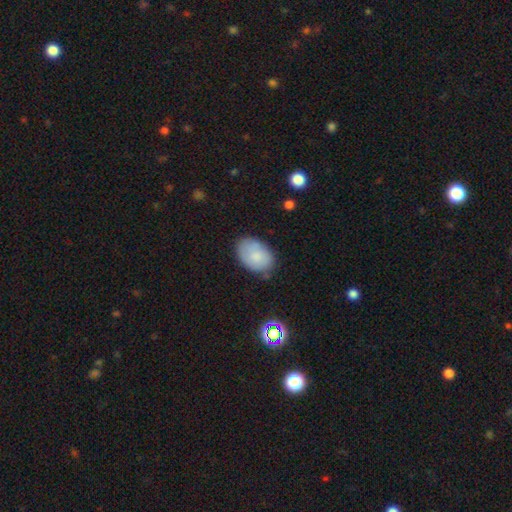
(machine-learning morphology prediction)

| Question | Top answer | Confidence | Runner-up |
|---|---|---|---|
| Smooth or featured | smooth | 80% | featured or disk (12%) |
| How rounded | in between | 88% | round (11%) |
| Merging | none | 73% | minor disturbance (20%) |